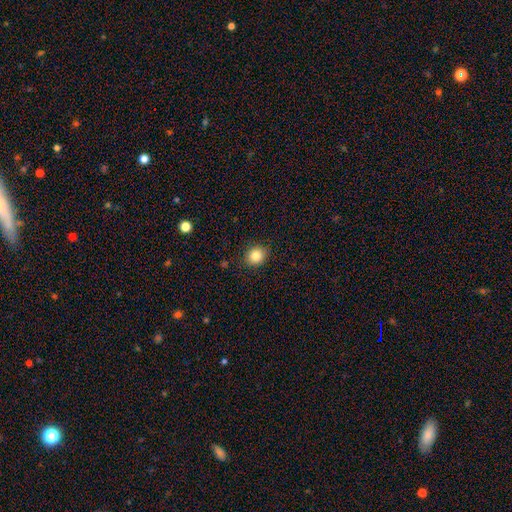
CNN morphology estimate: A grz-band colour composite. It shows a smooth galaxy with no disk features (84%) that is round (72%). Merging: none (88%).